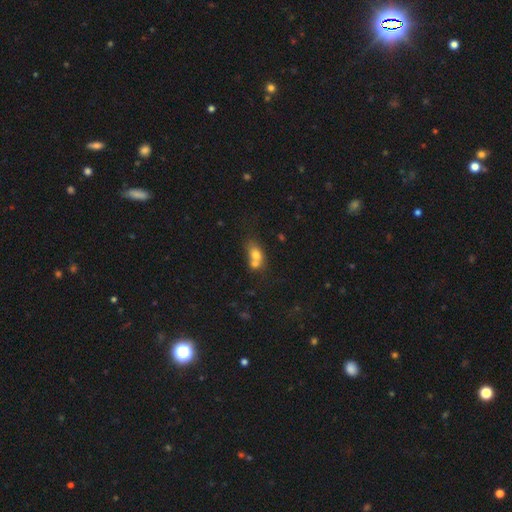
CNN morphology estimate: This appears to be a smooth galaxy with no disk features (70%) that is in between round and cigar-shaped (61%). Merging: merger (60%).